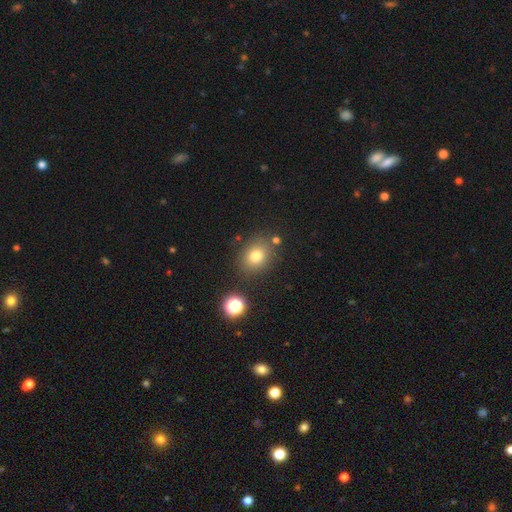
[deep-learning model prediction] smooth-or-featured: smooth: 77% | star or artifact: 14% | featured or disk: 9%
  how-rounded: round: 60% | in between: 39% | cigar-shaped: 1%
  merging: none: 80% | minor disturbance: 11% | merger: 6% | major disturbance: 4%